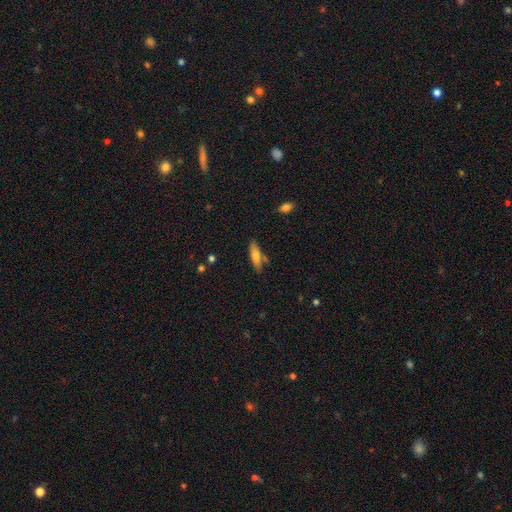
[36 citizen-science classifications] Morphology: type=smooth (69%); roundness=cigar-shaped (84%); merging=none (62%).